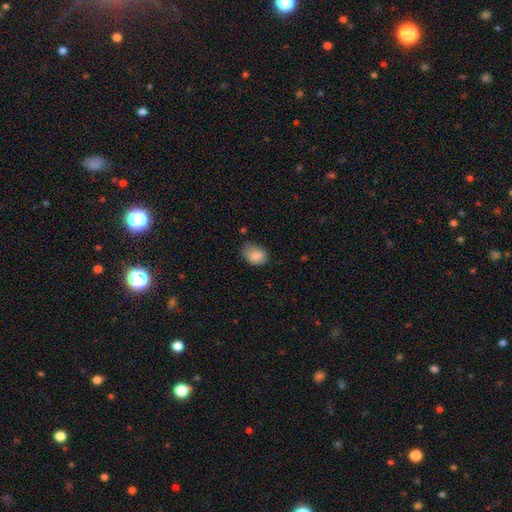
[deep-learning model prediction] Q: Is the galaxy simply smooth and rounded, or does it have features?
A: smooth — 85%.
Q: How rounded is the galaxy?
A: in between — 69%.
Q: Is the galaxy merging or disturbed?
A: none — 57%.